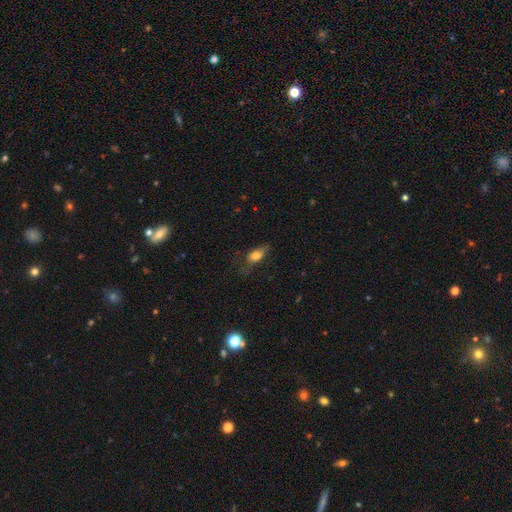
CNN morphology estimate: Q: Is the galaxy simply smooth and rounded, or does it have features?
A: smooth — 72%.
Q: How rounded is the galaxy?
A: in between — 78%.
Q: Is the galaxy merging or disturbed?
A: none — 42%.